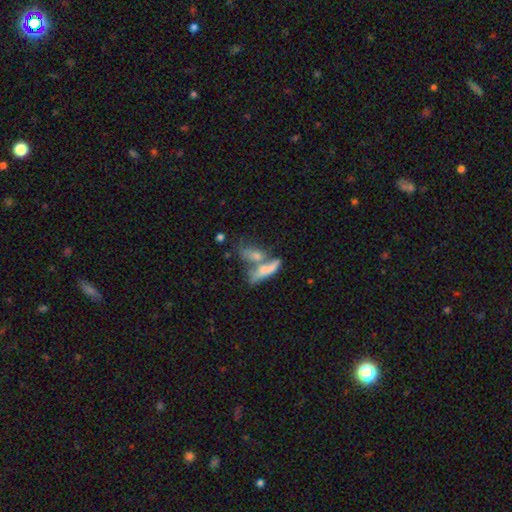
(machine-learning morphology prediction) Q: Smooth or featured?
A: smooth (61%); runner-up: featured or disk (28%)
Q: How rounded?
A: in between (52%); runner-up: cigar-shaped (41%)
Q: Merging?
A: merger (52%); runner-up: none (31%)